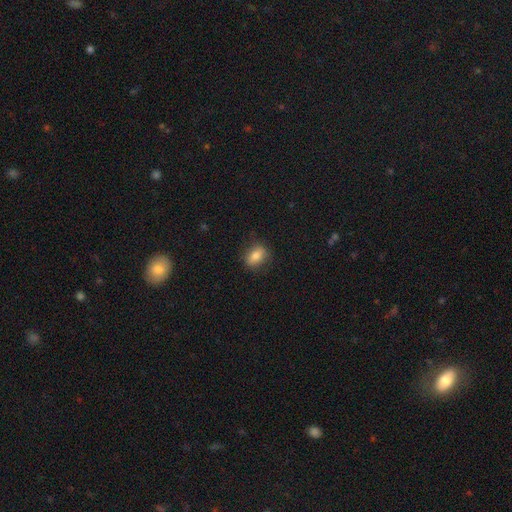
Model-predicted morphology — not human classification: A smooth galaxy with no disk features (79%) that is in between round and cigar-shaped (72%). Merging: none (81%).